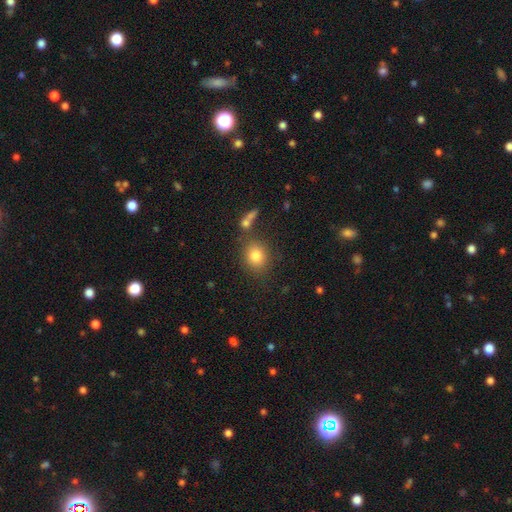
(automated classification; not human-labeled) A smooth galaxy with no disk features (82%) that is round (69%). Merging: none (74%).